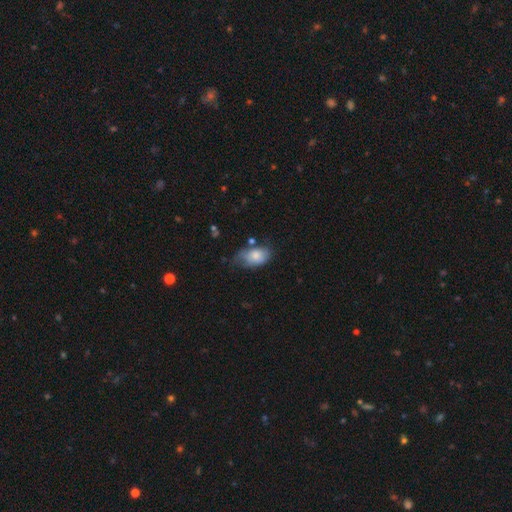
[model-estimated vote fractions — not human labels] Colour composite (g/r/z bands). It shows a smooth galaxy with no disk features (75%) that is in between round and cigar-shaped (89%). Merging: minor disturbance (41%).